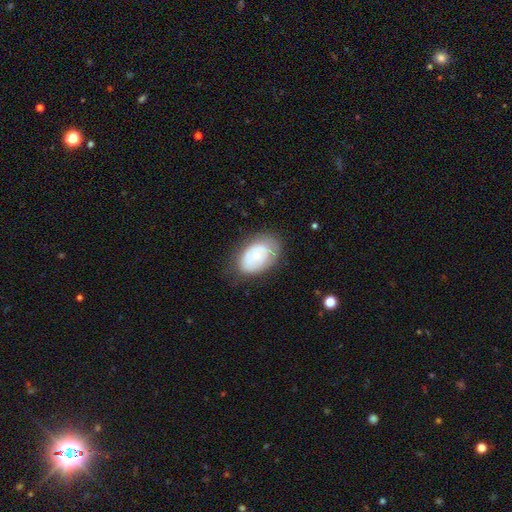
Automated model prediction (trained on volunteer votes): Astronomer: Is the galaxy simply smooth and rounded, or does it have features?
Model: smooth — 56% (runner-up: featured or disk, 37%).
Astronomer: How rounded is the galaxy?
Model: in between — 87%.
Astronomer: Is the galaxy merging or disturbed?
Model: none — 69%.